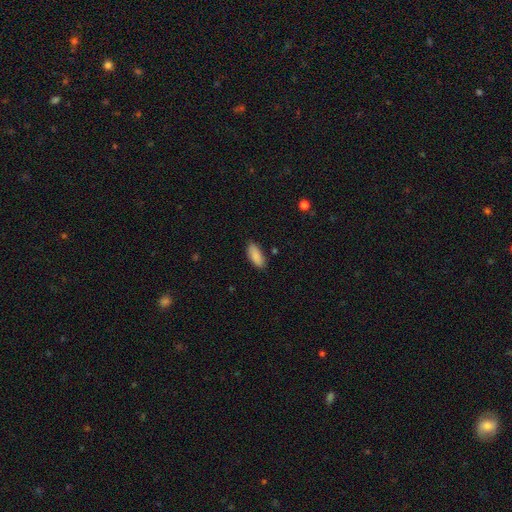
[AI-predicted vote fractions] The model was most divided on "how rounded": in between: 80%, cigar-shaped: 18%, round: 2%. More confident: smooth or featured — smooth (89%); merging — none (85%).